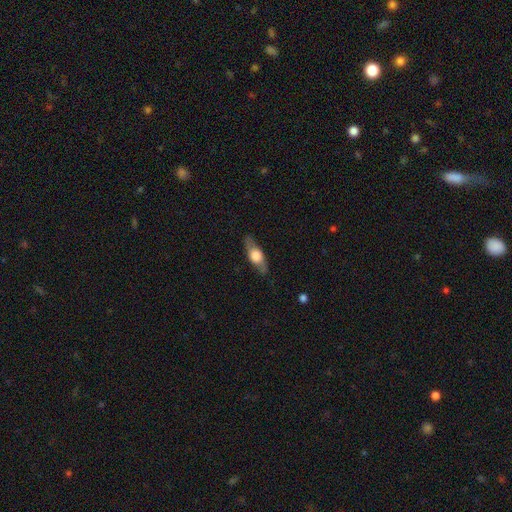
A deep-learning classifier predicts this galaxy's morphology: featured or disk 52%, smooth 42%, star or artifact 6%. Down the decision tree: edge-on disk — yes (79%); merging — none (81%).